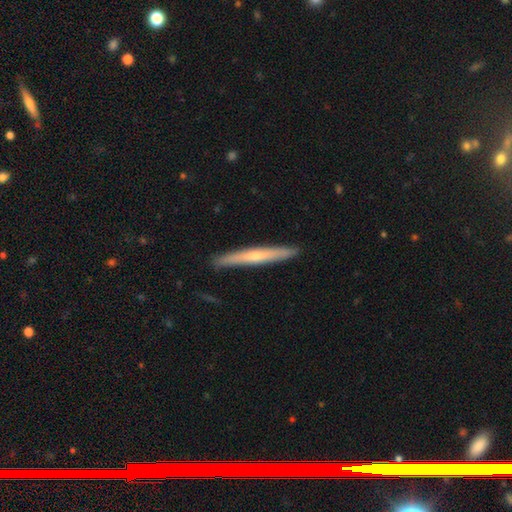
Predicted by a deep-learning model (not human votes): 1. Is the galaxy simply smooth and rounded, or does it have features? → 47% smooth (tied), 47% featured or disk (tied), 5% star or artifact.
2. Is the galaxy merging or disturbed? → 92% none, 6% minor disturbance, 1% major disturbance, 1% merger.